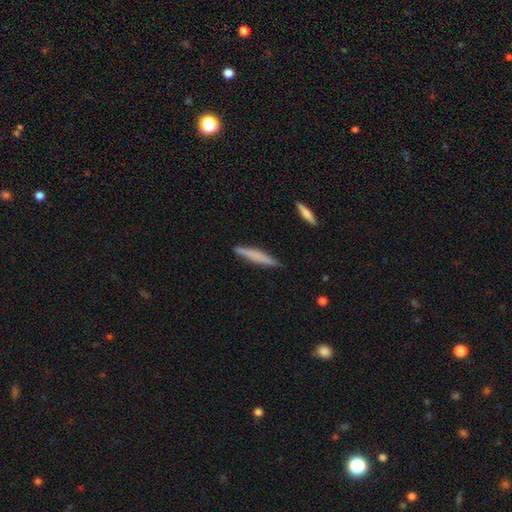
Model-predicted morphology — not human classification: A smooth galaxy with no disk features (68%) that is cigar-shaped (94%).

Vote fractions:
- Smooth or featured? smooth: 68% / featured or disk: 25% / star or artifact: 6%
- How rounded? cigar-shaped: 94% / in between: 5% / round: 1%
- Merging? none: 87% / minor disturbance: 10% / major disturbance: 2% / merger: 1%